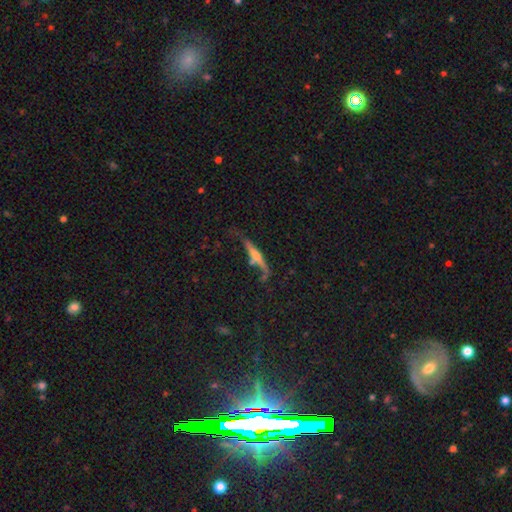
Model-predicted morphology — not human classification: smooth-or-featured: featured or disk: 60% | smooth: 33% | star or artifact: 8%
  disk-edge-on: yes: 89% | no: 11%
    edge-on-bulge: rounded: 78% | none: 15% | boxy: 8%
  merging: none: 53% | minor disturbance: 24% | major disturbance: 13% | merger: 11%